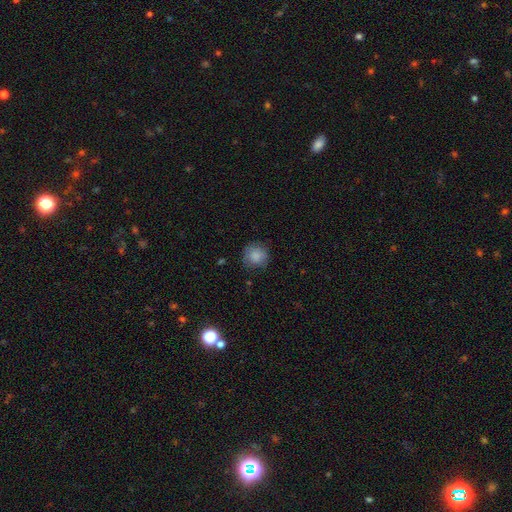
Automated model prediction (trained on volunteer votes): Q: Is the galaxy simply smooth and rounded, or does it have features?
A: smooth — 85%.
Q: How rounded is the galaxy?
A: round — 92%.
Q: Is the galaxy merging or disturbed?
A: none — 83%.